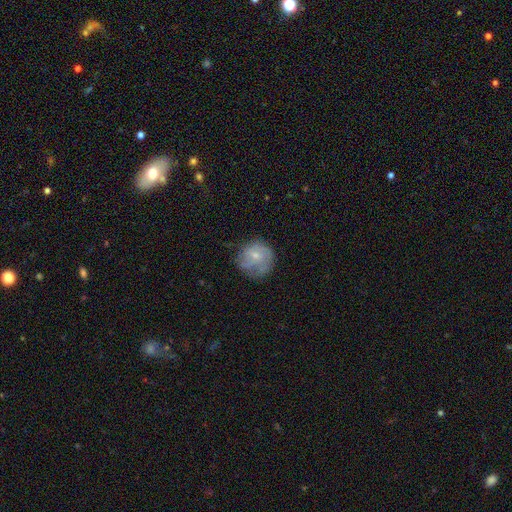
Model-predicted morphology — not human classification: Smooth or featured?
  - featured or disk: 55% *
  - smooth: 37%
  - star or artifact: 8%
Edge-on disk?
  - no: 98% *
  - yes: 2%
Bar?
  - no: 65% *
  - weak: 30%
  - strong: 5%
Spiral arms?
  - yes: 77% *
  - no: 23%
Bulge size?
  - small: 66% *
  - moderate: 28%
  - none: 4%
  - large: 1%
  - dominant: 1%
Merging?
  - none: 56% *
  - minor disturbance: 27%
  - major disturbance: 15%
  - merger: 2%